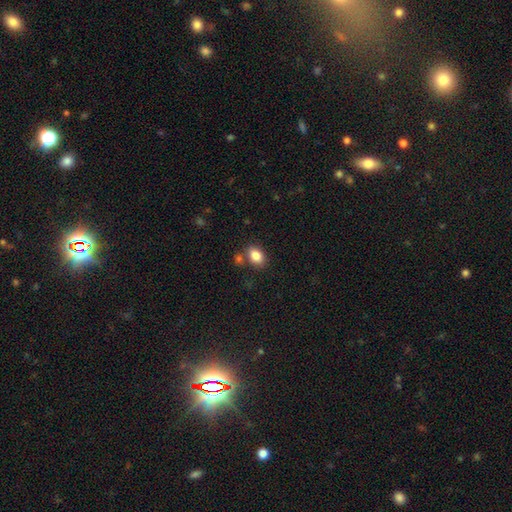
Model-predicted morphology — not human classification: Smooth or featured? Predicted: smooth (p=0.84). How rounded? Predicted: in between (p=0.80). Merging? Predicted: none (p=0.72).